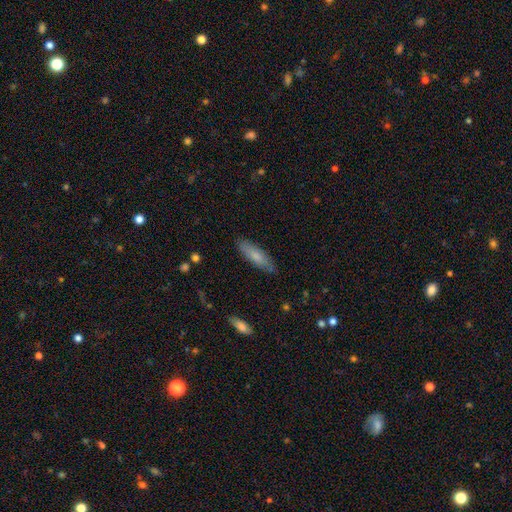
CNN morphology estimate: This appears to be a smooth galaxy with no disk features (75%) that is cigar-shaped (55%). Merging: none (84%).